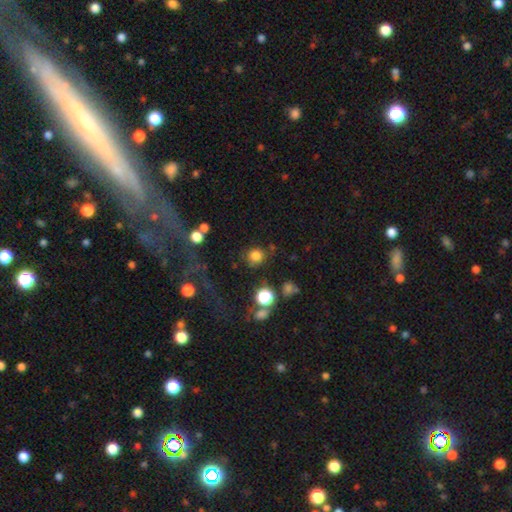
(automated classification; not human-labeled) Smooth or featured? smooth (79%)
How rounded? round (89%)
Merging? none (75%)